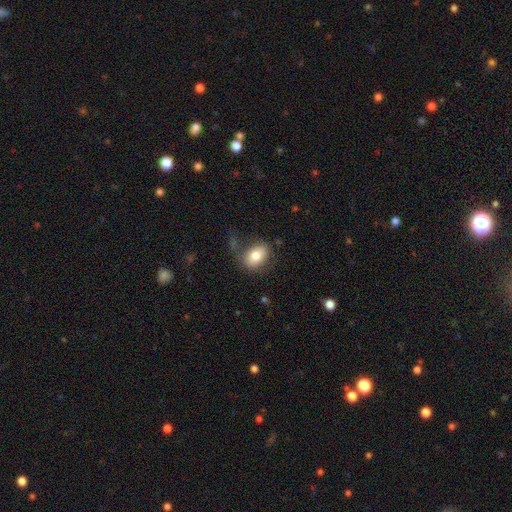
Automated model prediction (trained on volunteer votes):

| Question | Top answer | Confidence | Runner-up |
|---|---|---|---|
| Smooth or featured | smooth | 77% | featured or disk (15%) |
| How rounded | in between | 80% | round (18%) |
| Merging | none | 61% | minor disturbance (21%) |